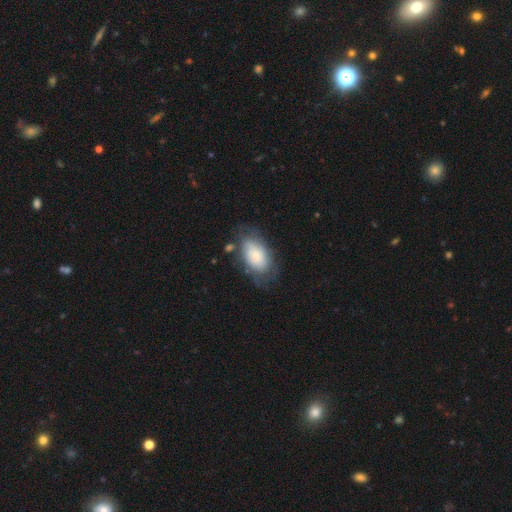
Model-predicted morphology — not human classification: Smooth or featured?
  - smooth: 63% *
  - featured or disk: 29%
  - star or artifact: 8%
How rounded?
  - in between: 91% *
  - round: 7%
  - cigar-shaped: 2%
Merging?
  - none: 56% *
  - minor disturbance: 26%
  - major disturbance: 14%
  - merger: 4%